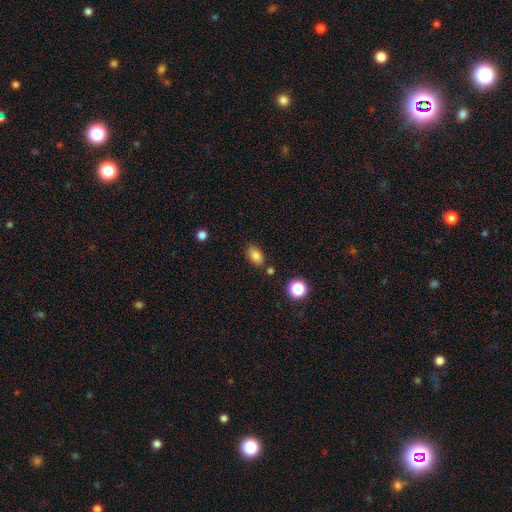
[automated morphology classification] smooth_or_featured: smooth (p=0.84) [alt: star or artifact p=0.10]
how_rounded: in between (p=0.84) [alt: round p=0.14]
merging: none (p=0.78) [alt: minor disturbance p=0.13]